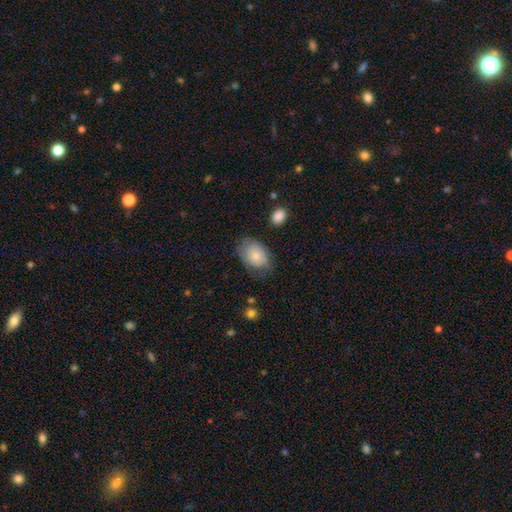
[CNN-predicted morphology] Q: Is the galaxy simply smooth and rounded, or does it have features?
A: smooth — 73%.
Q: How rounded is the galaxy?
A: in between — 81%.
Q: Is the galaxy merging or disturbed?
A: none — 60%.